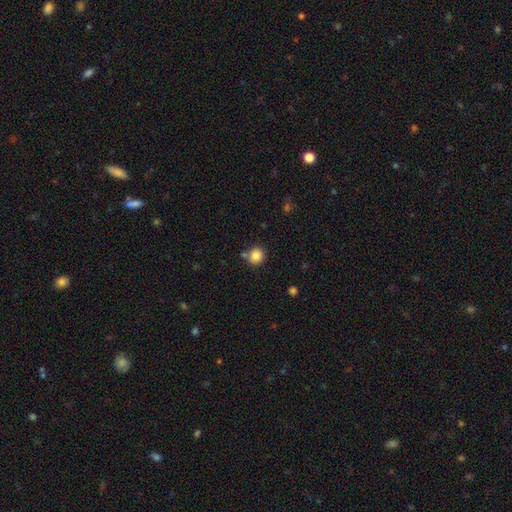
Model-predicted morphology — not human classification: This appears to be a smooth galaxy with no disk features (84%) that is round (90%). Merging: none (78%).